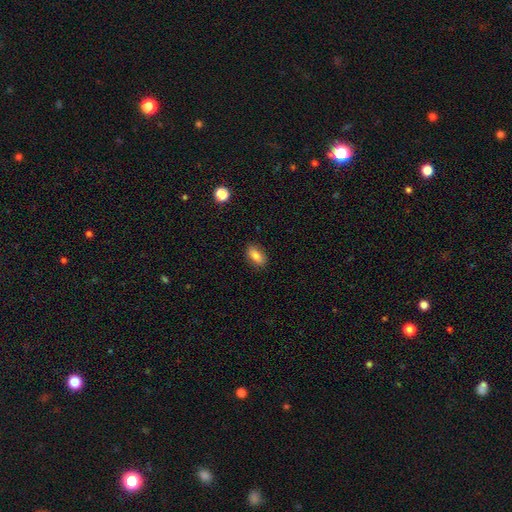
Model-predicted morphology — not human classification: Overall: smooth (81%). How rounded: in between (85%). Merging: none (86%).